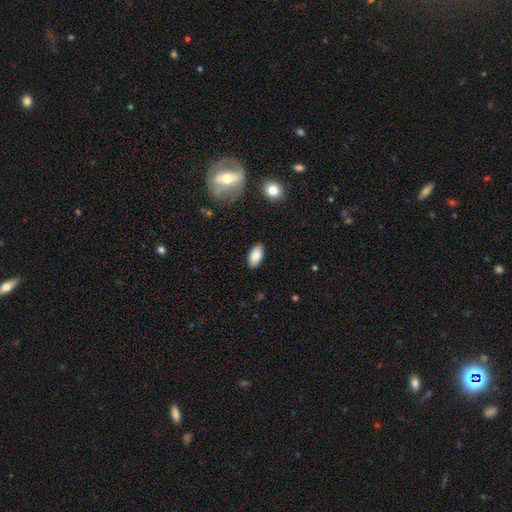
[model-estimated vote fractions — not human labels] The model was most divided on "smooth or featured": smooth: 86%, star or artifact: 7%, featured or disk: 6%. More confident: how rounded — in between (94%); merging — none (88%).